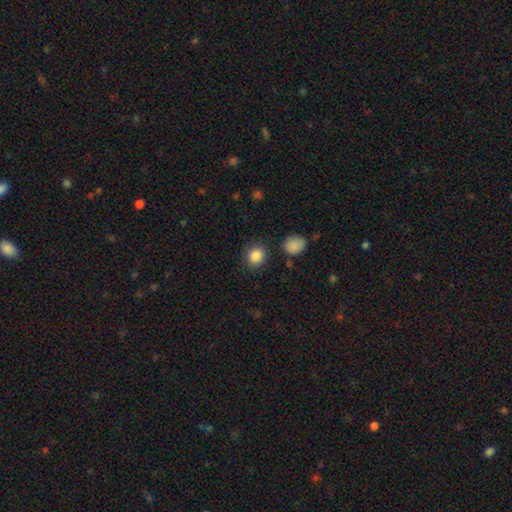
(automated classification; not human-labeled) Smooth or featured: smooth — 87% (star or artifact — 9%)
How rounded: round — 79% (in between — 20%)
Merging: none — 86% (minor disturbance — 8%)